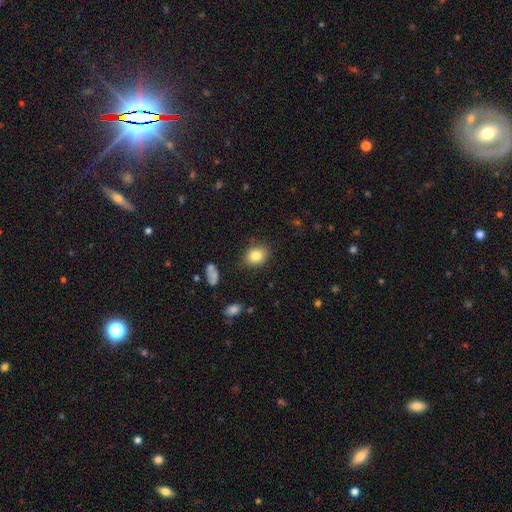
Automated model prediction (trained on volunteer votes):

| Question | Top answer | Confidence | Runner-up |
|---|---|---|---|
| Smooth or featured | smooth | 82% | star or artifact (10%) |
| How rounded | round | 51% | in between (48%) |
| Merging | none | 83% | minor disturbance (12%) |